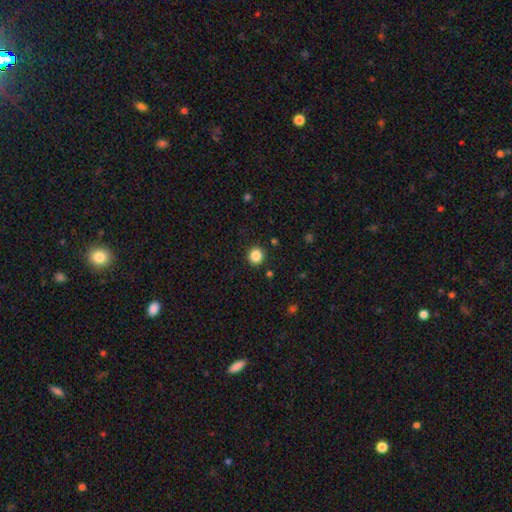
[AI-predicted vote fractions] Overall: smooth (86%). How rounded: round (92%). Merging: none (91%).